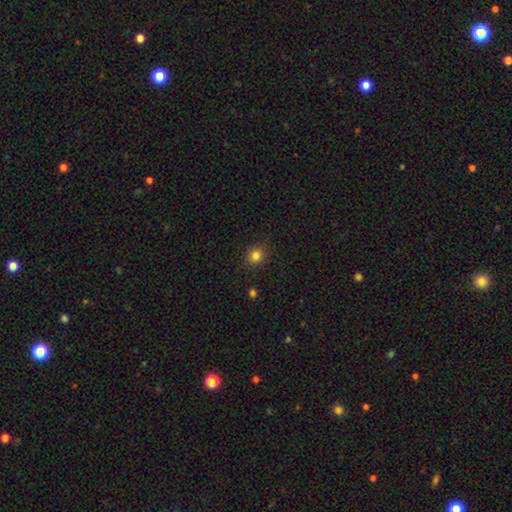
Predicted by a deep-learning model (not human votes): smooth-or-featured: smooth: 82% | star or artifact: 13% | featured or disk: 6%
  how-rounded: round: 79% | in between: 20% | cigar-shaped: 1%
  merging: none: 87% | minor disturbance: 9% | major disturbance: 3% | merger: 1%